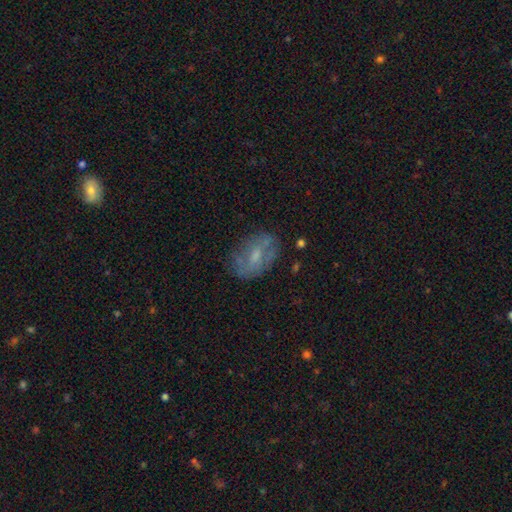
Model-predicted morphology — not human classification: featured or disk 48%, smooth 42%, star or artifact 10%. Down the decision tree: merging — none (67%).